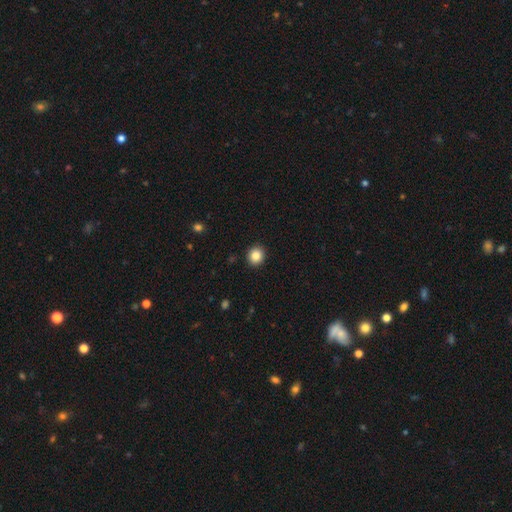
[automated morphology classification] Smooth or featured: smooth — 86% (star or artifact — 10%)
How rounded: round — 86% (in between — 13%)
Merging: none — 92% (minor disturbance — 5%)